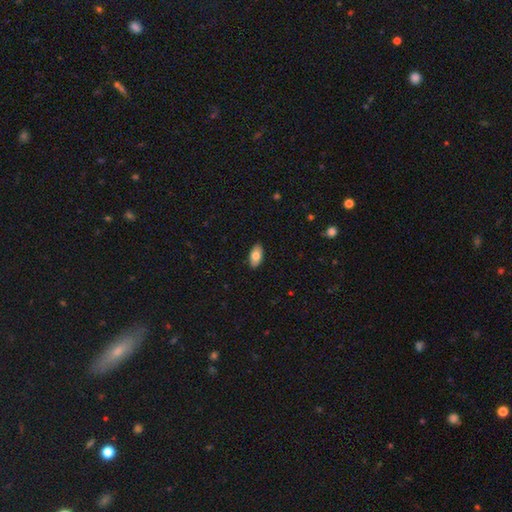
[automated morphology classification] Smooth or featured? smooth (80%)
How rounded? in between (93%)
Merging? none (90%)